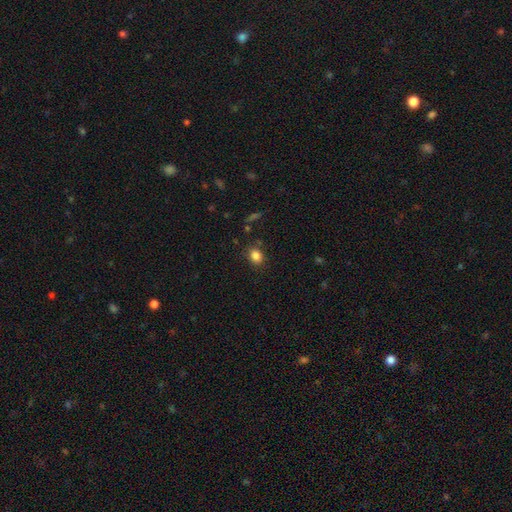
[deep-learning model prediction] A smooth galaxy with no disk features (84%) that is round (58%). Merging: none (83%).